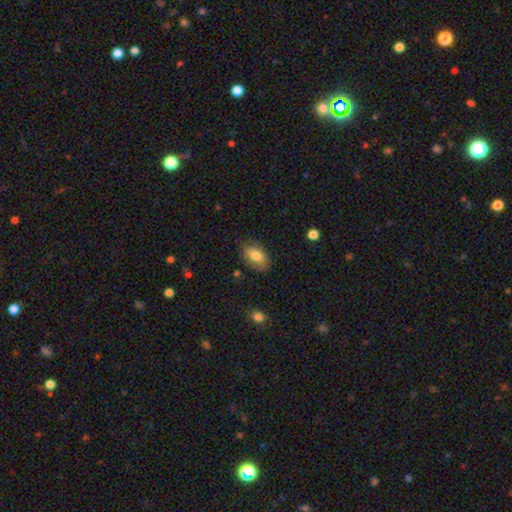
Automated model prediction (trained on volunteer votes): Smooth or featured? Predicted: smooth (p=0.76). How rounded? Predicted: in between (p=0.90). Merging? Predicted: none (p=0.76).